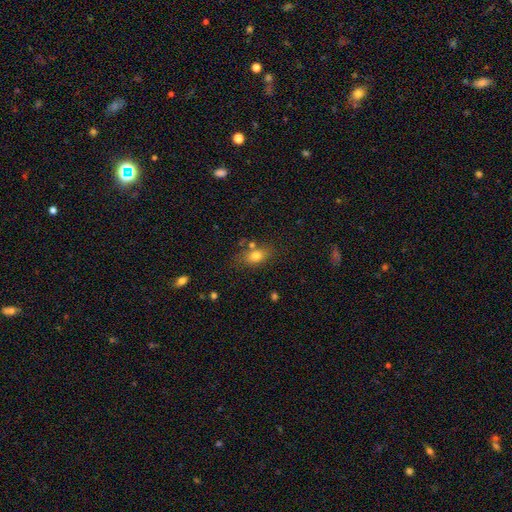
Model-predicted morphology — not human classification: Overall: smooth (77%). How rounded: in between (77%). Merging: none (67%).